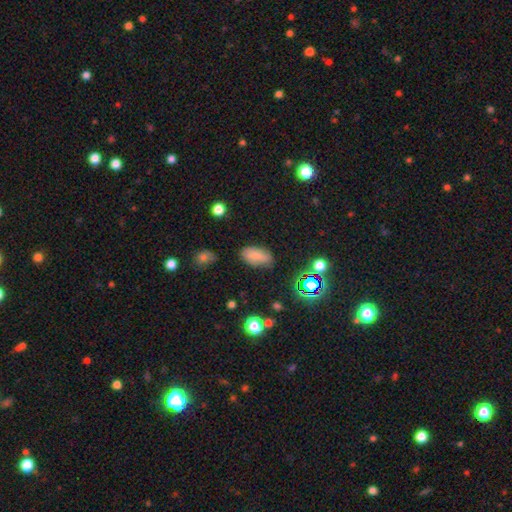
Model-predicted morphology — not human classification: Smooth or featured? smooth (77%)
How rounded? in between (91%)
Merging? none (77%)